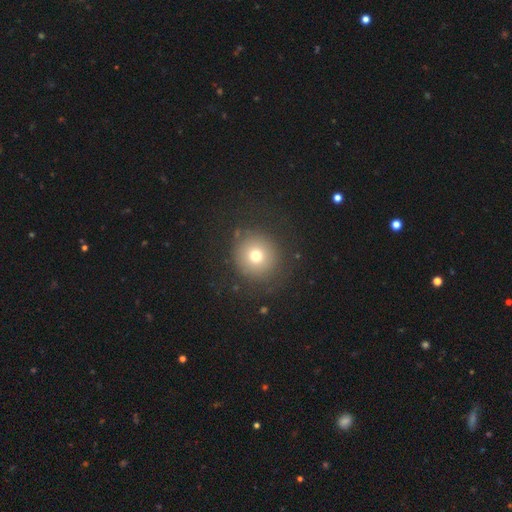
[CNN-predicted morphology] smooth-or-featured: smooth: 70% | star or artifact: 16% | featured or disk: 14%
  how-rounded: round: 94% | in between: 5% | cigar-shaped: 1%
  merging: none: 81% | minor disturbance: 10% | major disturbance: 8% | merger: 2%